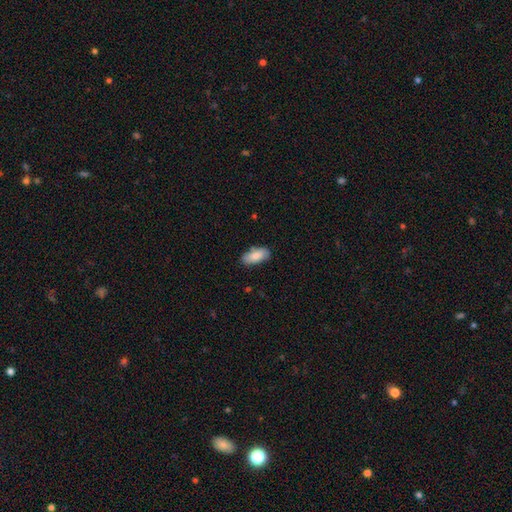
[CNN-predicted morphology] type=smooth (83%); roundness=in between (89%); merging=none (78%).